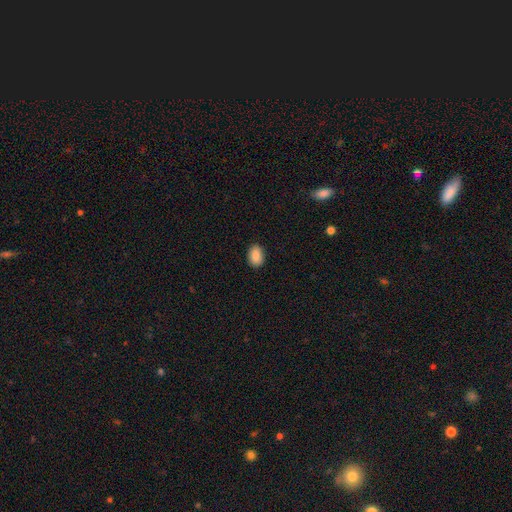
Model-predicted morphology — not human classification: type=smooth (89%); roundness=in between (82%); merging=none (89%).